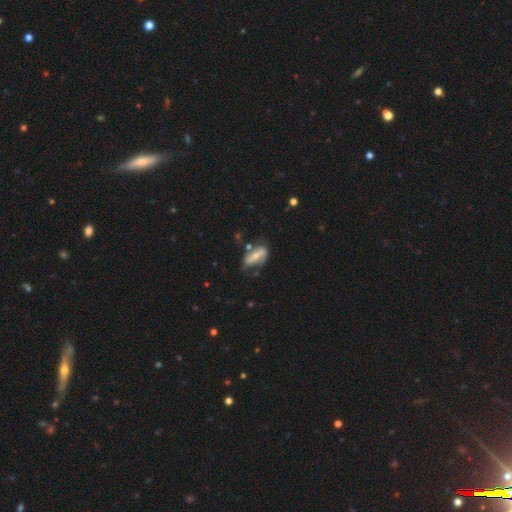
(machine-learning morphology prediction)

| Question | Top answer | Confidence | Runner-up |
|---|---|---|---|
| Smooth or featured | featured or disk | 52% | smooth (41%) |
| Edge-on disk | no | 85% | yes (15%) |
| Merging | none | 50% | minor disturbance (29%) |